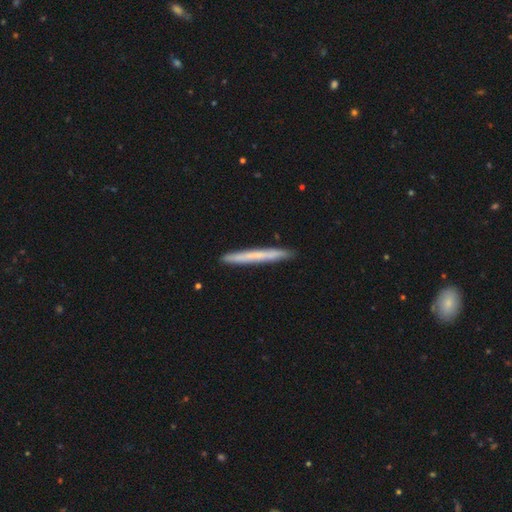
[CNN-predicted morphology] A smooth galaxy with no disk features (60%) that is cigar-shaped (97%).

Vote fractions:
- Smooth or featured? smooth: 60% / featured or disk: 34% / star or artifact: 6%
- How rounded? cigar-shaped: 97% / in between: 2% / round: 1%
- Merging? none: 92% / minor disturbance: 6% / major disturbance: 1% / merger: 1%